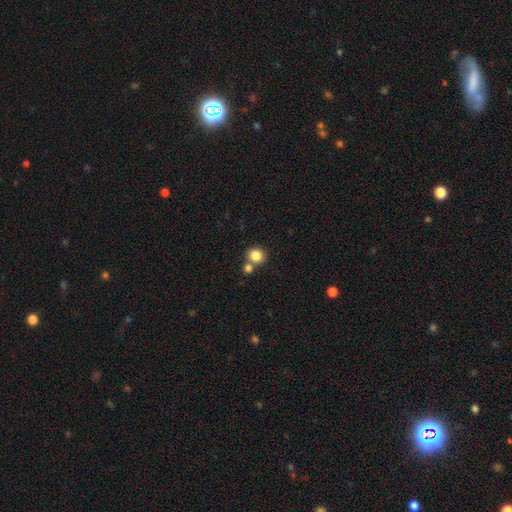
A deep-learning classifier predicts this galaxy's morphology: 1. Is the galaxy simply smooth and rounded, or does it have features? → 84% smooth, 10% star or artifact, 6% featured or disk.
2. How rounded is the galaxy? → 79% round, 20% in between, 1% cigar-shaped.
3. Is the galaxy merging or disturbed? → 61% none, 28% merger, 8% minor disturbance, 3% major disturbance.